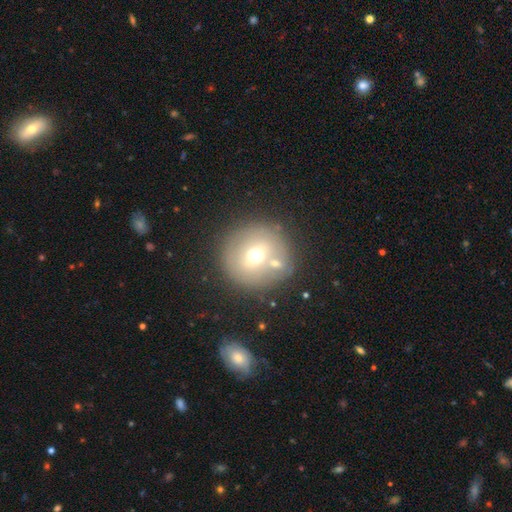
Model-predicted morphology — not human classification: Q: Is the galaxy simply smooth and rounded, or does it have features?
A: smooth — 61%.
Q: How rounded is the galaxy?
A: round — 94%.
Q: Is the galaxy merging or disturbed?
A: none — 72%.